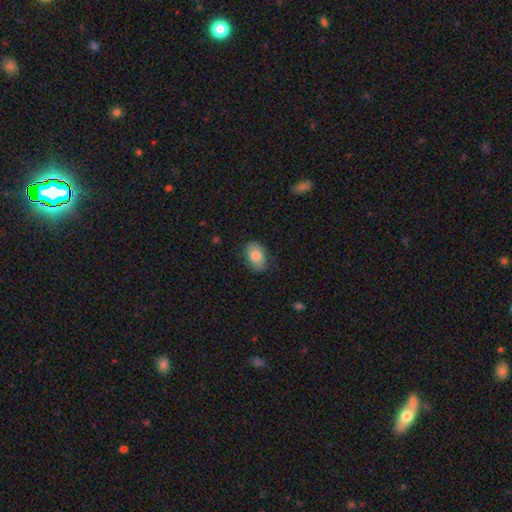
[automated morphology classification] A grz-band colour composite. It shows a smooth galaxy with no disk features (79%) that is in between round and cigar-shaped (88%). Merging: none (77%).